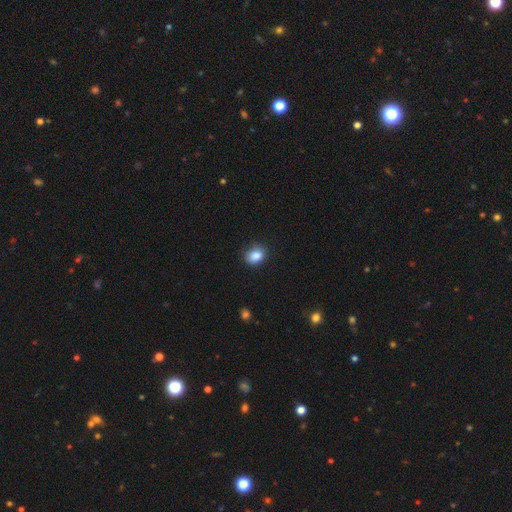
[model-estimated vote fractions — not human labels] Smooth or featured: smooth — 86% (star or artifact — 9%)
How rounded: in between — 56% (round — 43%)
Merging: none — 81% (minor disturbance — 15%)